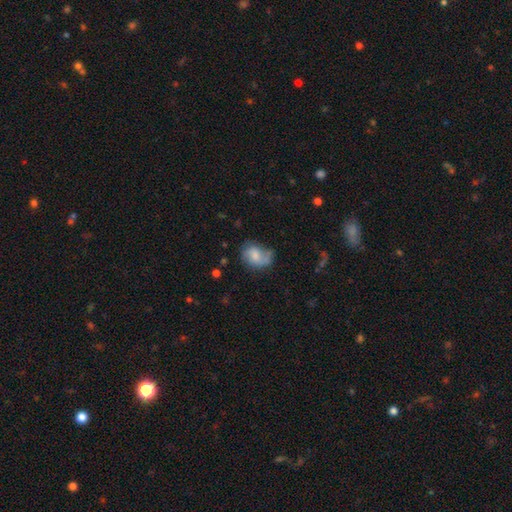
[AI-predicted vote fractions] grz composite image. It shows a smooth galaxy with no disk features (51%) that is in between round and cigar-shaped (59%). Merging: none (46%).